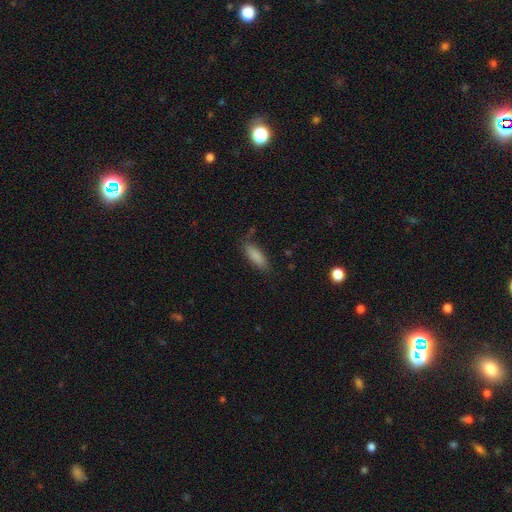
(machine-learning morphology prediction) smooth 86%, star or artifact 7%, featured or disk 7%. Down the decision tree: how rounded — in between (57%); merging — none (76%).